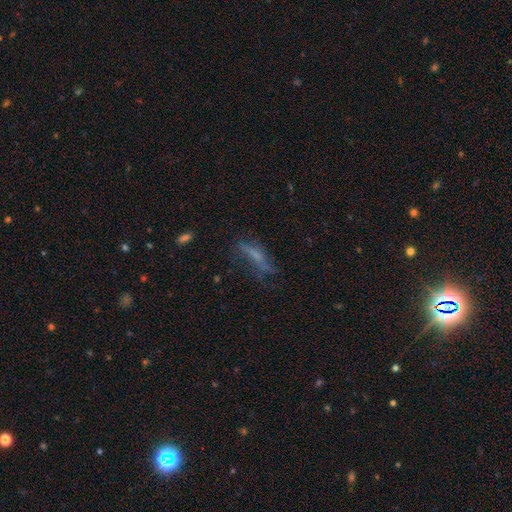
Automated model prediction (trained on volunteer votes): A featured or disk galaxy (42%). Merging: none (47%).